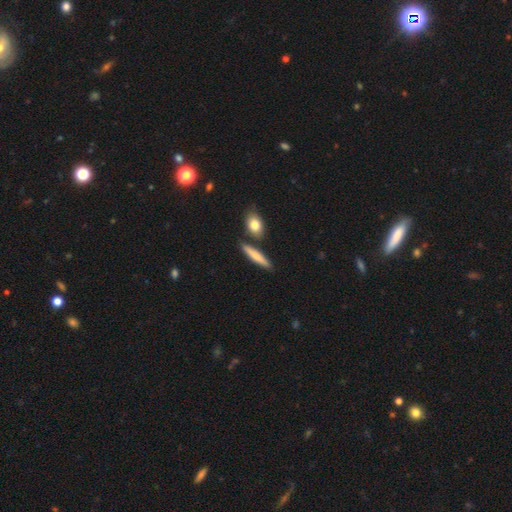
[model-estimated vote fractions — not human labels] Smooth or featured: smooth — 71% (featured or disk — 23%)
How rounded: cigar-shaped — 80% (in between — 16%)
Merging: none — 79% (minor disturbance — 10%)